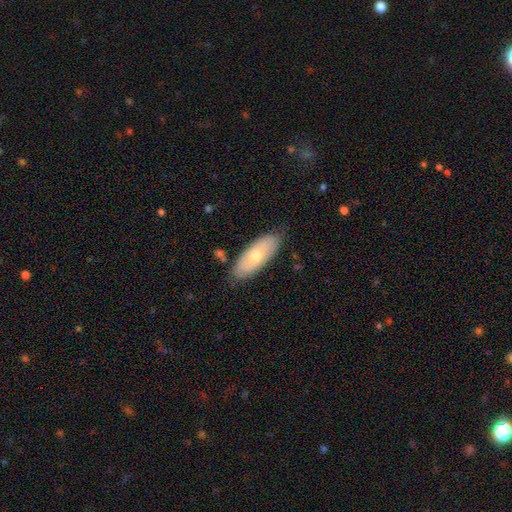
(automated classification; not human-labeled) A smooth galaxy with no disk features (57%) that is in between round and cigar-shaped (81%). Merging: none (81%).